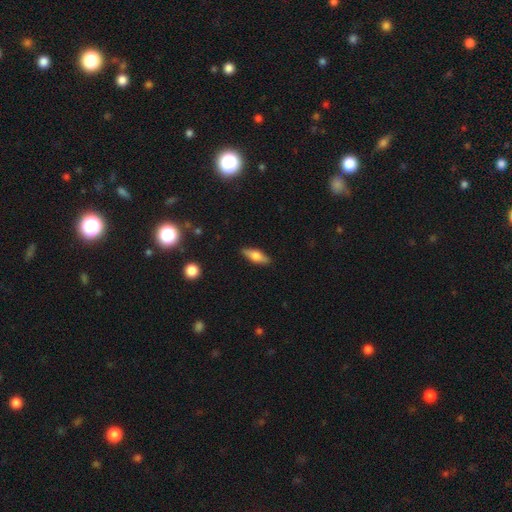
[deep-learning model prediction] This is possibly a smooth galaxy (56%). How rounded: possibly in between (58%). Merging: clearly none (87%).